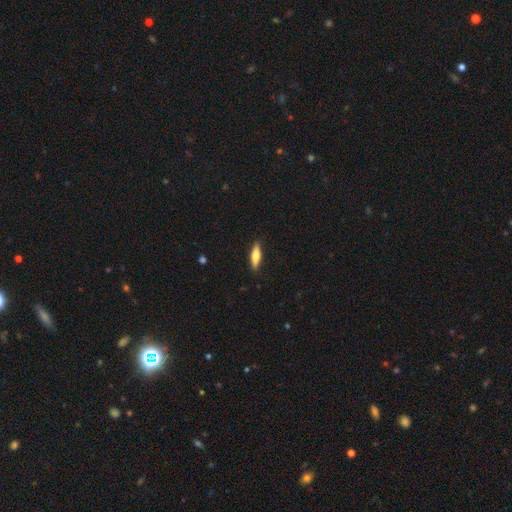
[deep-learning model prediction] This appears to be a smooth galaxy with no disk features (62%) that is cigar-shaped (68%). Merging: none (88%).